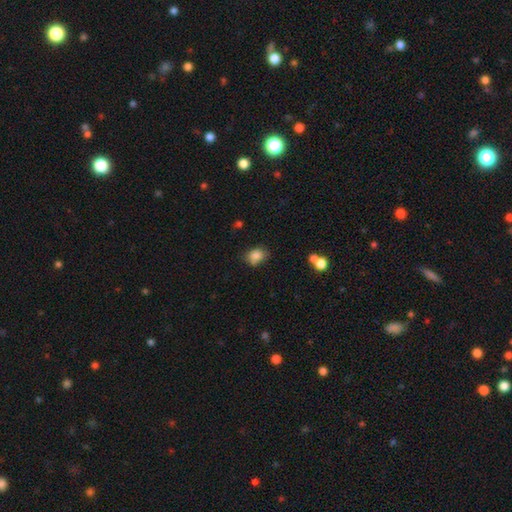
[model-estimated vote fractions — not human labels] smooth-or-featured: smooth: 82% | star or artifact: 10% | featured or disk: 8%
  how-rounded: in between: 57% | round: 42% | cigar-shaped: 1%
  merging: none: 62% | minor disturbance: 23% | merger: 10% | major disturbance: 6%